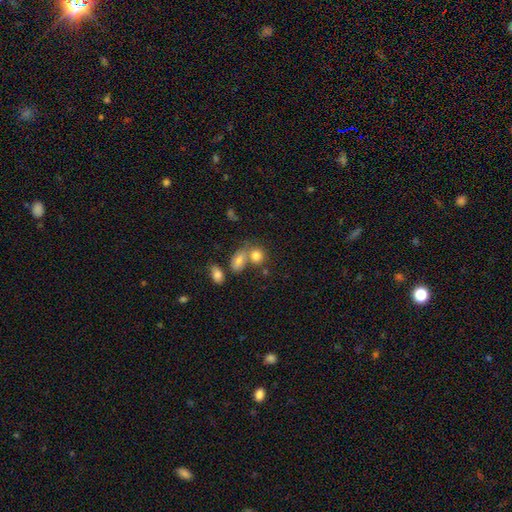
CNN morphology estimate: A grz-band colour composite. It shows a smooth galaxy with no disk features (79%) that is round (59%). Merging: merger (44%).